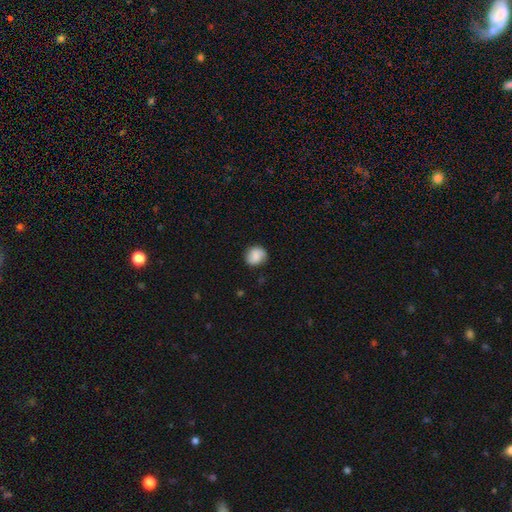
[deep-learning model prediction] A smooth galaxy with no disk features (73%) that is round (78%). Merging: none (83%).